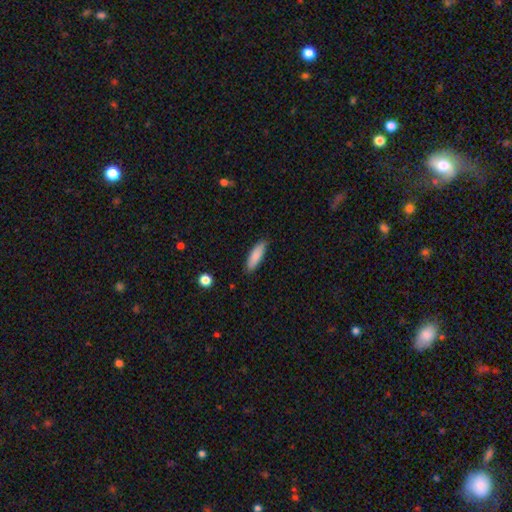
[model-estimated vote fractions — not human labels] This is clearly a smooth galaxy (86%). How rounded: possibly cigar-shaped (56%). Merging: clearly none (86%).